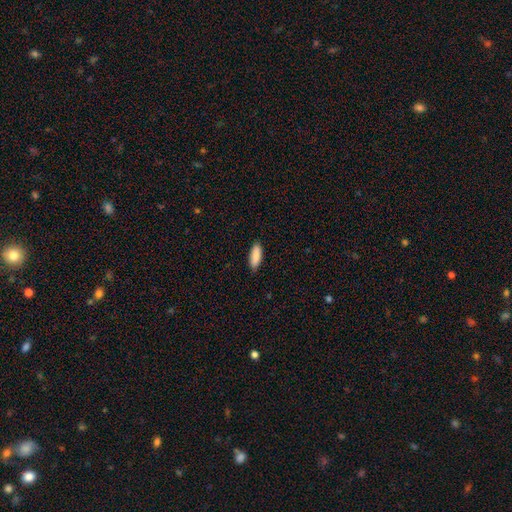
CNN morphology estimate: A smooth galaxy with no disk features (89%) that is in between round and cigar-shaped (66%). Merging: none (88%).